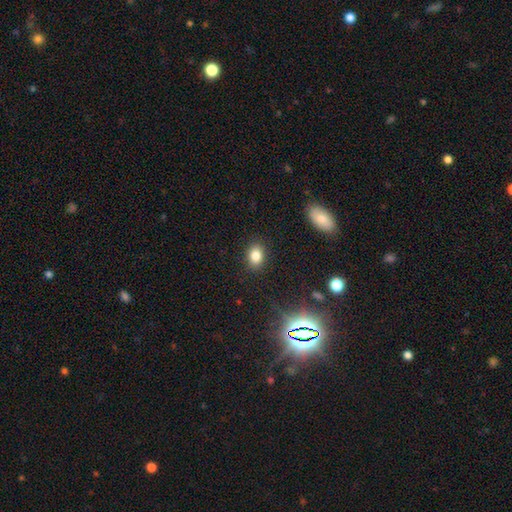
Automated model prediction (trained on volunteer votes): A smooth galaxy with no disk features (82%) that is in between round and cigar-shaped (71%). Merging: none (88%).